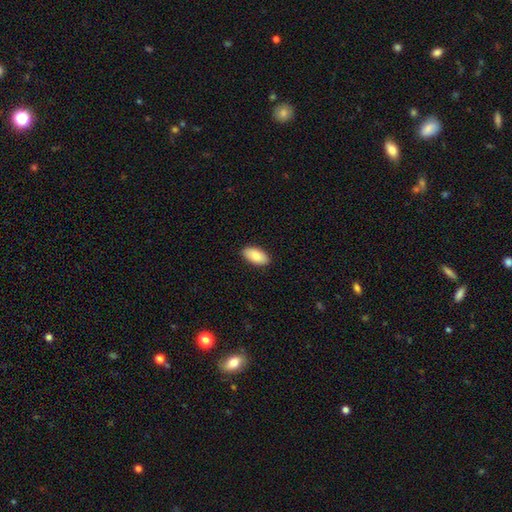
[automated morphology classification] Smooth or featured? Predicted: smooth (p=0.86). How rounded? Predicted: in between (p=0.94). Merging? Predicted: none (p=0.89).